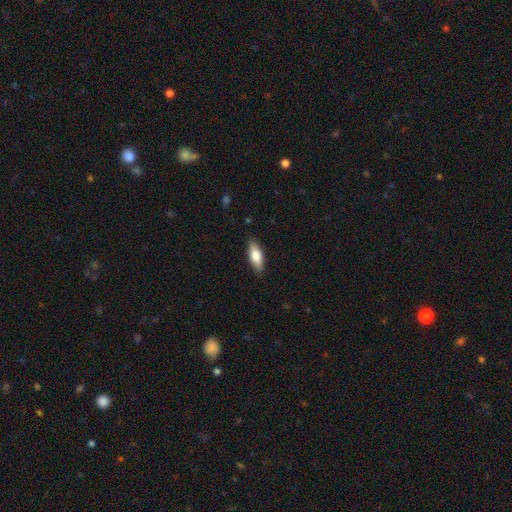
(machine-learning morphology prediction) Smooth or featured? Predicted: smooth (p=0.75). How rounded? Predicted: in between (p=0.72). Merging? Predicted: none (p=0.86).